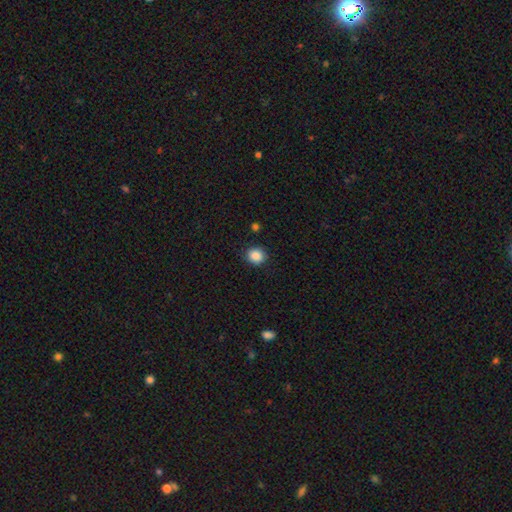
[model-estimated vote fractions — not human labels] Morphology: type=smooth (87%); roundness=round (83%); merging=none (88%).